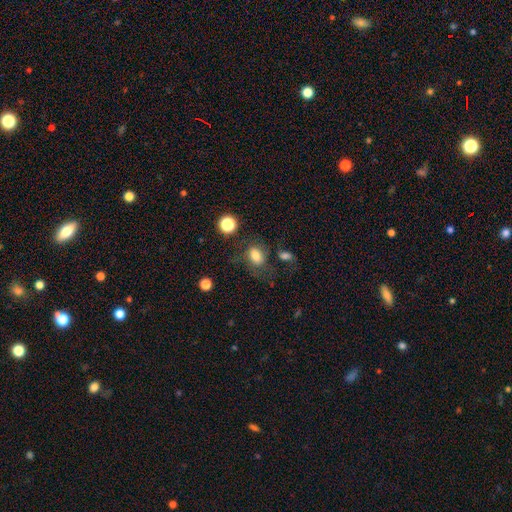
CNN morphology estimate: smooth-or-featured: smooth: 73% | featured or disk: 15% | star or artifact: 12%
  how-rounded: in between: 62% | round: 36% | cigar-shaped: 1%
  merging: none: 54% | minor disturbance: 21% | major disturbance: 18% | merger: 8%